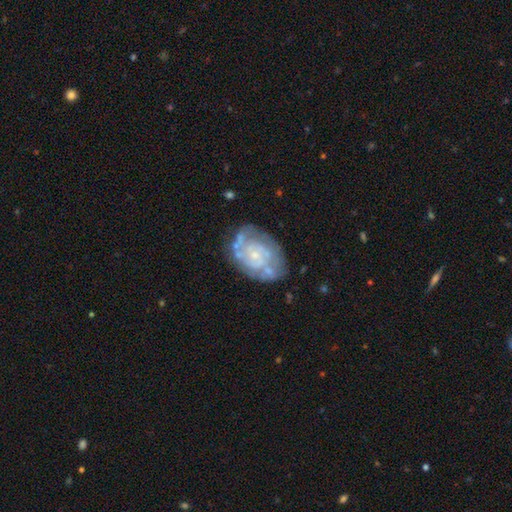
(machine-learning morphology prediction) This appears to be a featured or disk galaxy (80%) with no bar (77%), tight (59%) spiral arms (81%) and a small central bulge (74%). Merging: none (62%).